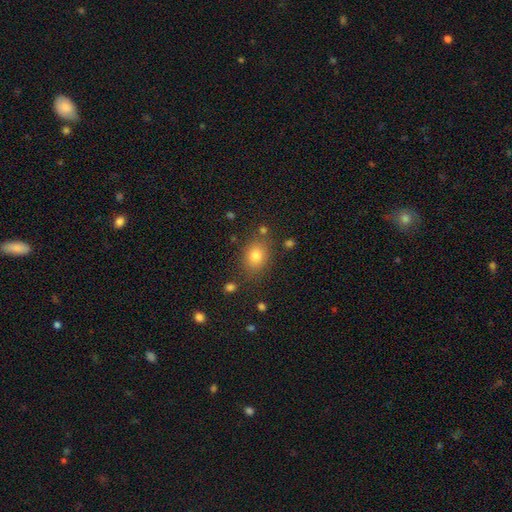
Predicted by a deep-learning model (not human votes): Smooth or featured? smooth (79%)
How rounded? in between (59%)
Merging? none (79%)